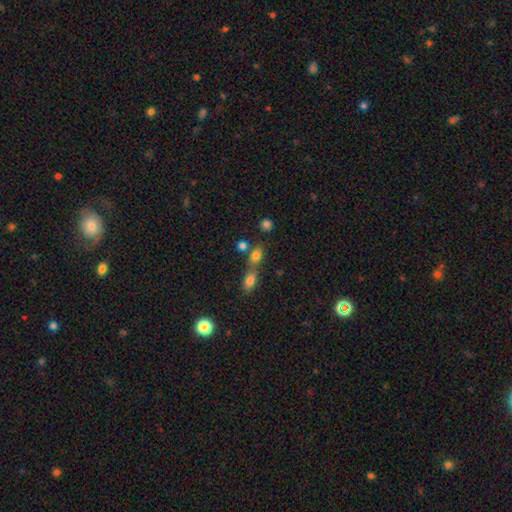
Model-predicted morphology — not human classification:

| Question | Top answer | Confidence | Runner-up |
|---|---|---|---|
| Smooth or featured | smooth | 78% | star or artifact (13%) |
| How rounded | in between | 54% | round (42%) |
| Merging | merger | 44% | none (43%) |